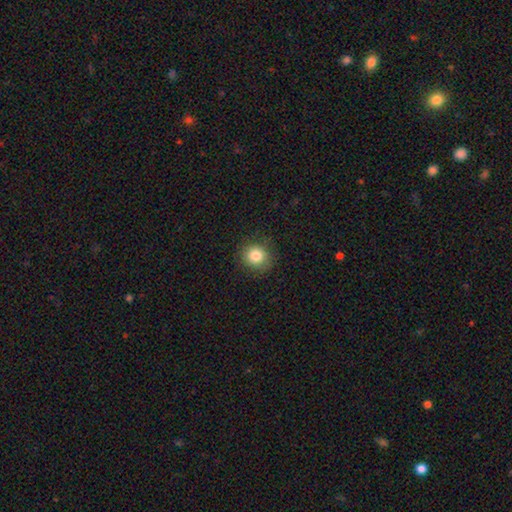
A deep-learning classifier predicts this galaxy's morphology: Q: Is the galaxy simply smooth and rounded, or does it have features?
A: smooth — 82%.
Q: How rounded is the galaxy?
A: round — 87%.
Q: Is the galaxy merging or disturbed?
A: none — 87%.